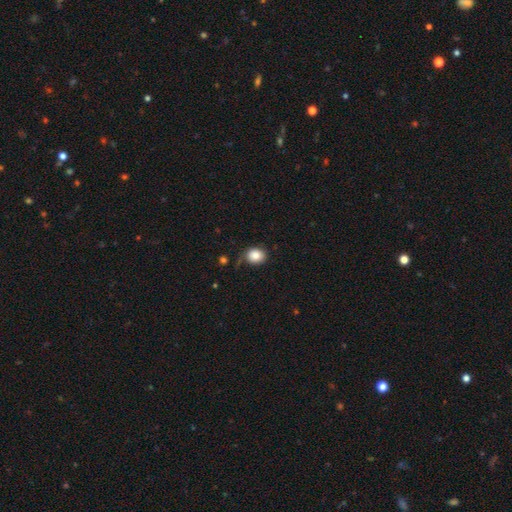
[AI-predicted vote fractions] A smooth galaxy with no disk features (85%) that is round (65%). Merging: none (69%).